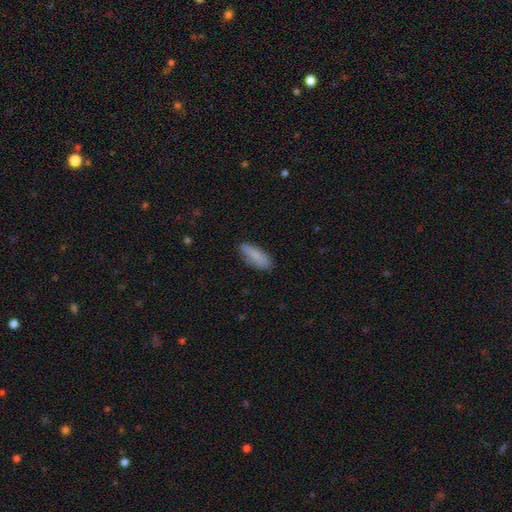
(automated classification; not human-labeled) Smooth or featured?
  - smooth: 83% *
  - featured or disk: 11%
  - star or artifact: 6%
How rounded?
  - in between: 63% *
  - cigar-shaped: 35%
  - round: 2%
Merging?
  - none: 81% *
  - minor disturbance: 15%
  - major disturbance: 3%
  - merger: 1%